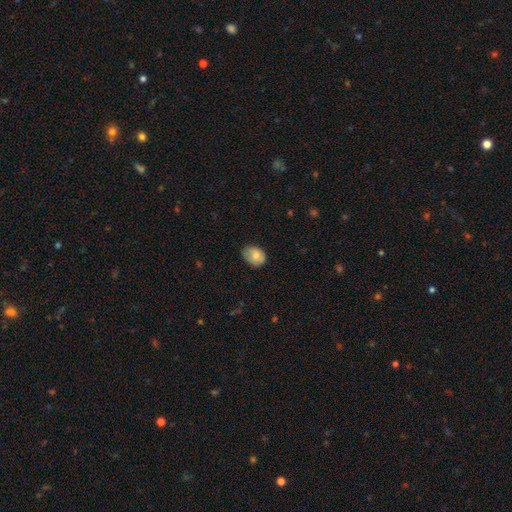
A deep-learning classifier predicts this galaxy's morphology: Smooth or featured? Predicted: smooth (p=0.79). How rounded? Predicted: in between (p=0.60). Merging? Predicted: none (p=0.62).